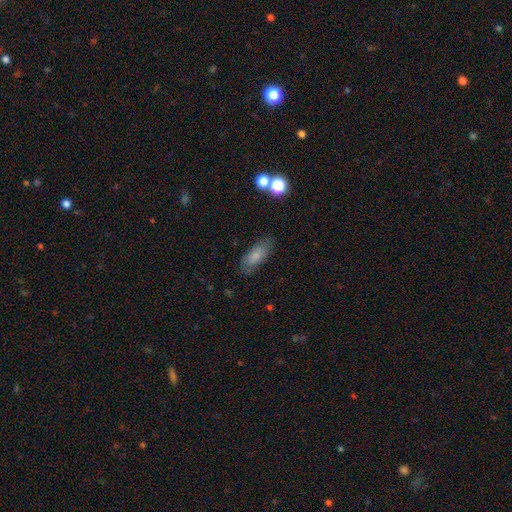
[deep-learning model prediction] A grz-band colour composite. It shows a smooth galaxy with no disk features (78%) that is in between round and cigar-shaped (76%). Merging: none (76%).